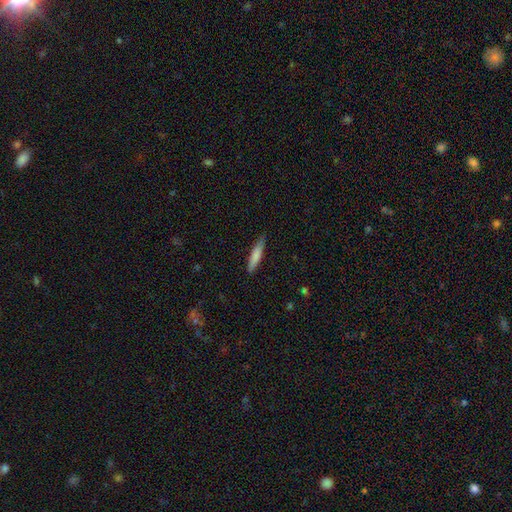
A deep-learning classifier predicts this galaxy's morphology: This is likely a smooth galaxy (76%). How rounded: clearly cigar-shaped (86%). Merging: clearly none (81%).